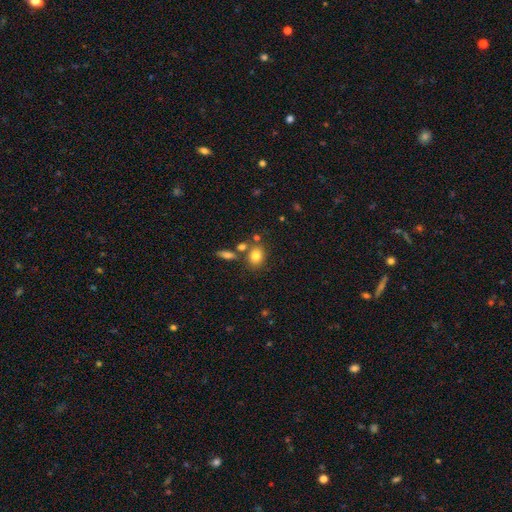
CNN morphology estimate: Smooth or featured? smooth (80%)
How rounded? in between (51%)
Merging? none (68%)